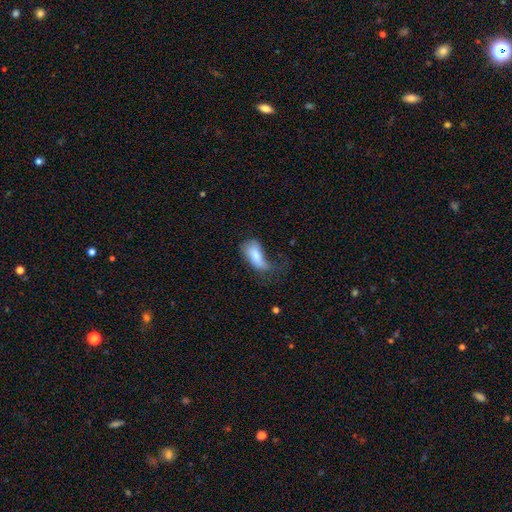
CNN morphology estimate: smooth 75%, featured or disk 18%, star or artifact 7%. Down the decision tree: how rounded — in between (88%); merging — major disturbance (44%).